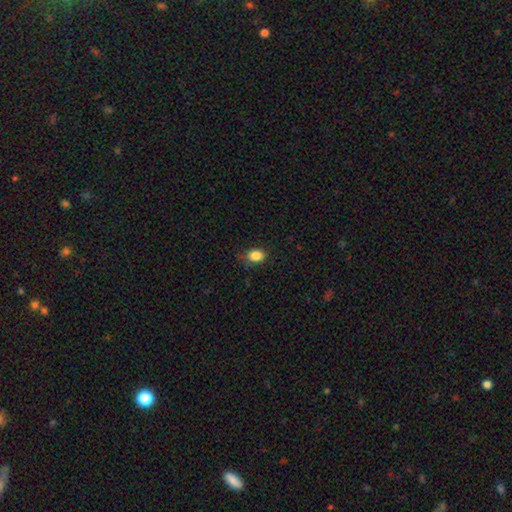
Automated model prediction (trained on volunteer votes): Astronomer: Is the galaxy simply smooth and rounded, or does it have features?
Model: smooth — 86%.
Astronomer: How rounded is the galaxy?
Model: in between — 68%.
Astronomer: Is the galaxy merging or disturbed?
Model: none — 74%.